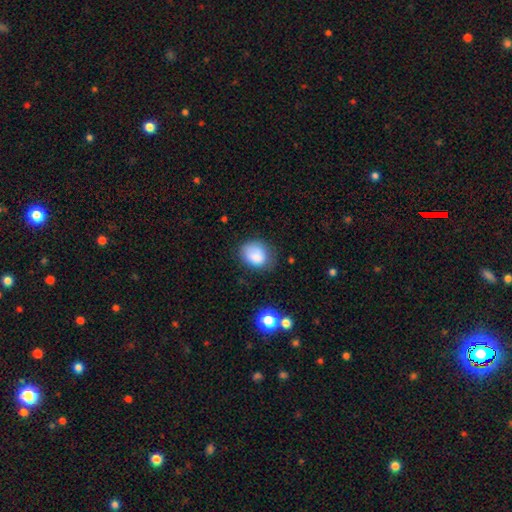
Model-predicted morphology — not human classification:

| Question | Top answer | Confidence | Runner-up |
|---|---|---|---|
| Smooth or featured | smooth | 83% | star or artifact (9%) |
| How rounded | in between | 53% | round (46%) |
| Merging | none | 63% | minor disturbance (25%) |